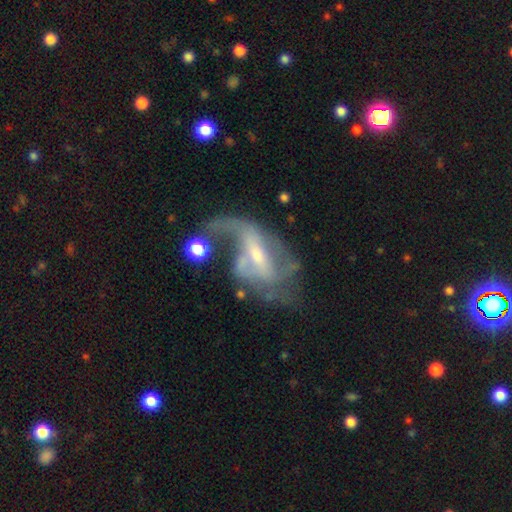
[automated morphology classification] featured or disk 81%, smooth 12%, star or artifact 8%. Down the decision tree: edge-on disk — no (94%); bar — weak (44%); spiral arms — yes (84%); spiral arm count — 2 (45%); spiral winding — loose (59%); bulge size — small (50%); merging — major disturbance (42%).